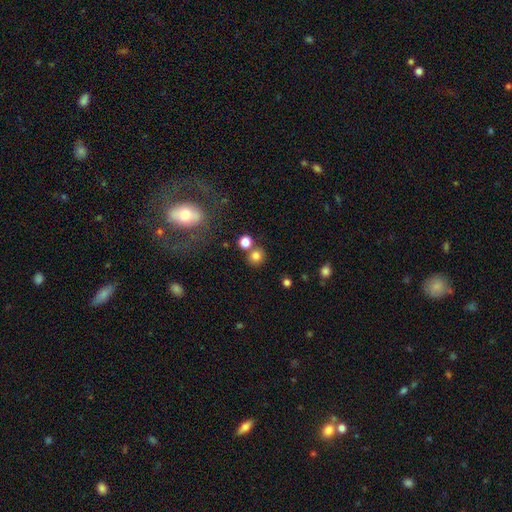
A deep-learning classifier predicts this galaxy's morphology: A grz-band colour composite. It shows a smooth galaxy with no disk features (79%) that is round (88%). Merging: none (70%).